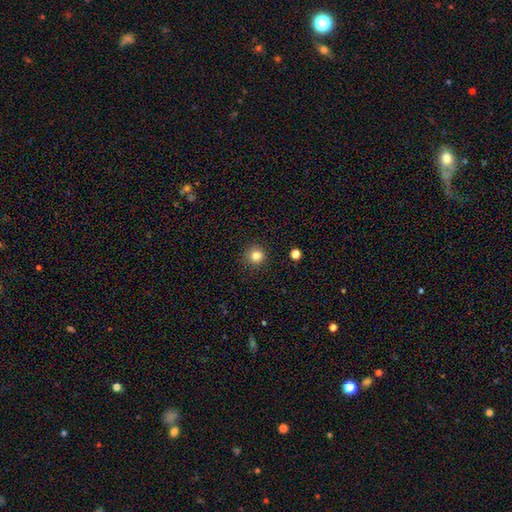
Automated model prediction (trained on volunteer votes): Smooth or featured? smooth (83%)
How rounded? round (93%)
Merging? none (88%)